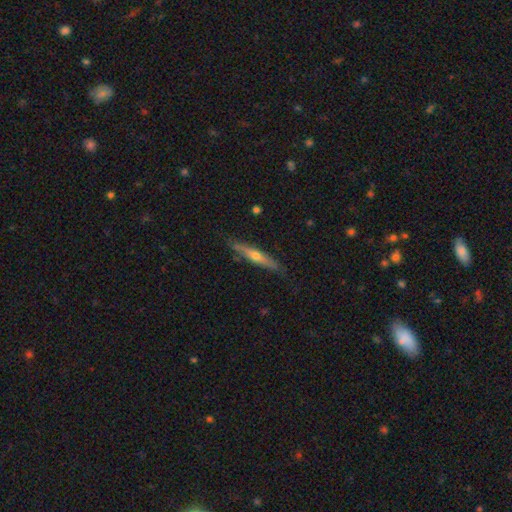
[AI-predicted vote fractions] This appears to be a featured or disk galaxy (58%) viewed edge-on (90%) with a rounded central bulge (82%). Merging: none (81%).